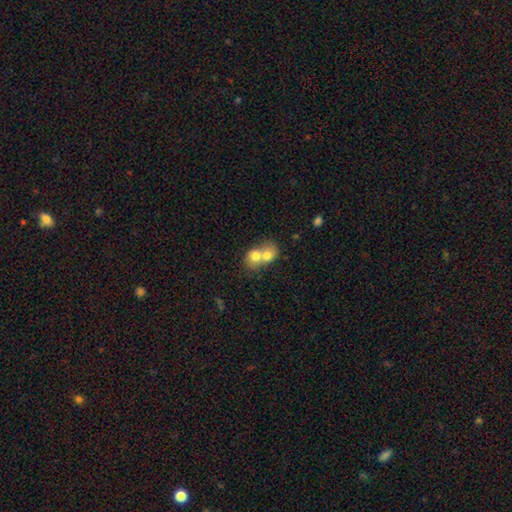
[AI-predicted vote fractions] Smooth or featured: smooth — 70% (featured or disk — 22%)
How rounded: round — 58% (in between — 41%)
Merging: merger — 78% (none — 15%)